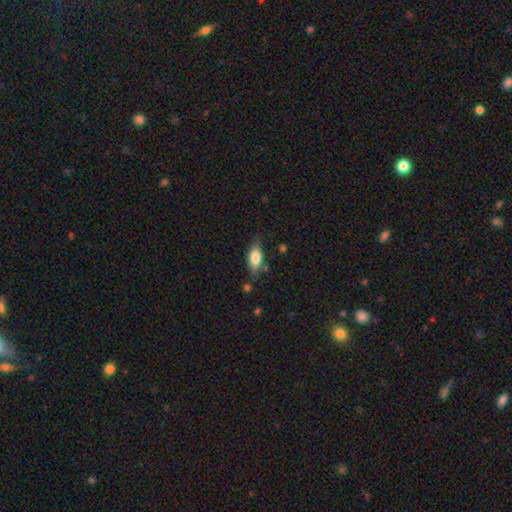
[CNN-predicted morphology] This appears to be a smooth galaxy with no disk features (78%) that is in between round and cigar-shaped (82%). Merging: none (70%).